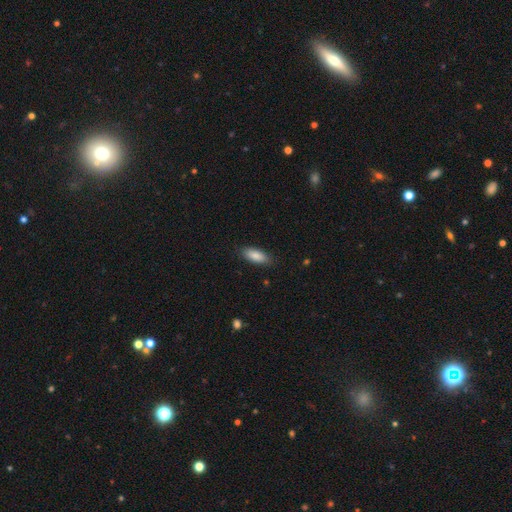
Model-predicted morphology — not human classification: Q: Smooth or featured?
A: smooth (85%); runner-up: featured or disk (8%)
Q: How rounded?
A: in between (77%); runner-up: cigar-shaped (21%)
Q: Merging?
A: none (85%); runner-up: minor disturbance (11%)